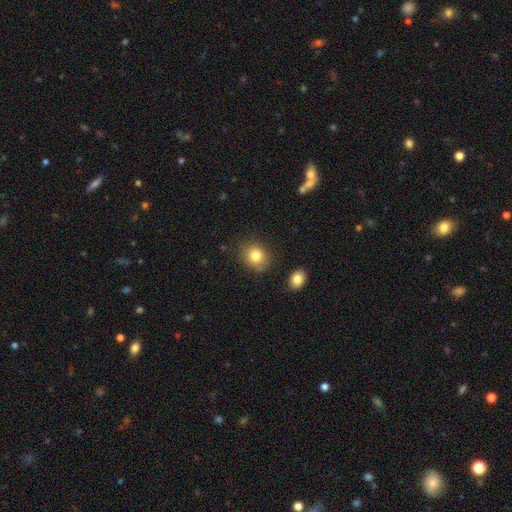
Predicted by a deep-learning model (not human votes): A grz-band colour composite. It shows a smooth galaxy with no disk features (82%) that is round (78%). Merging: none (81%).